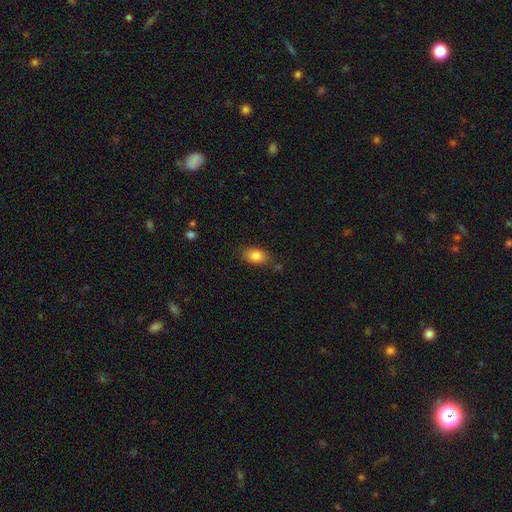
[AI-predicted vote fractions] This appears to be a smooth galaxy with no disk features (83%) that is in between round and cigar-shaped (83%). Merging: none (78%).